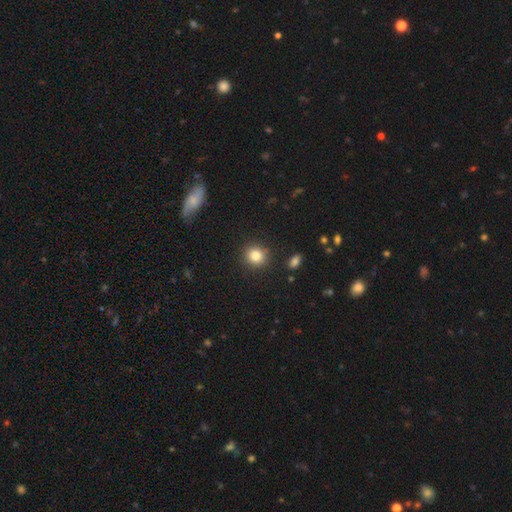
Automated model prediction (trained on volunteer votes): The model was most divided on "smooth or featured": smooth: 83%, star or artifact: 10%, featured or disk: 6%. More confident: merging — none (89%); how rounded — round (88%).